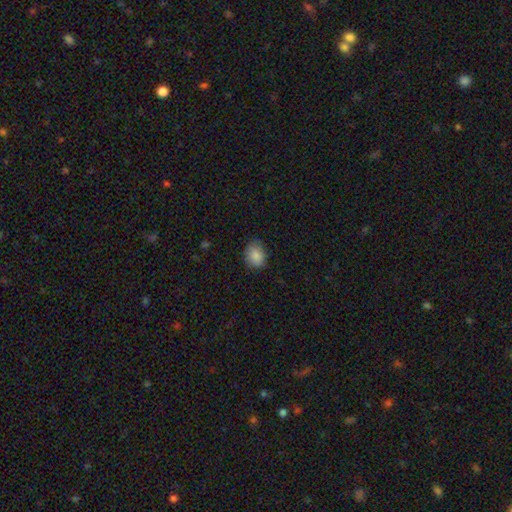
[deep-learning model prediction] A smooth galaxy with no disk features (87%) that is in between round and cigar-shaped (54%). Merging: none (77%).